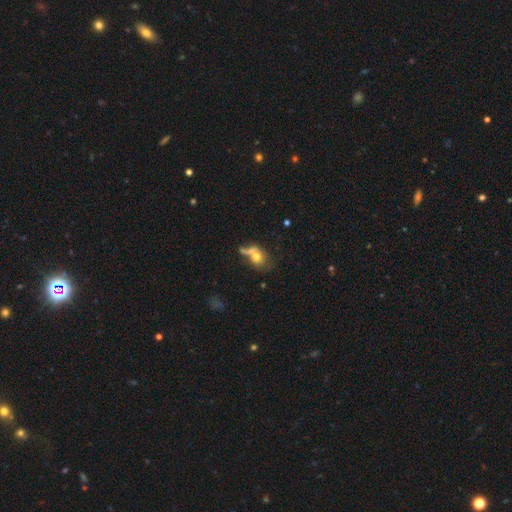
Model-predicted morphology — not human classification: Smooth or featured: smooth — 66% (featured or disk — 22%)
How rounded: round — 51% (in between — 46%)
Merging: merger — 45% (none — 28%)